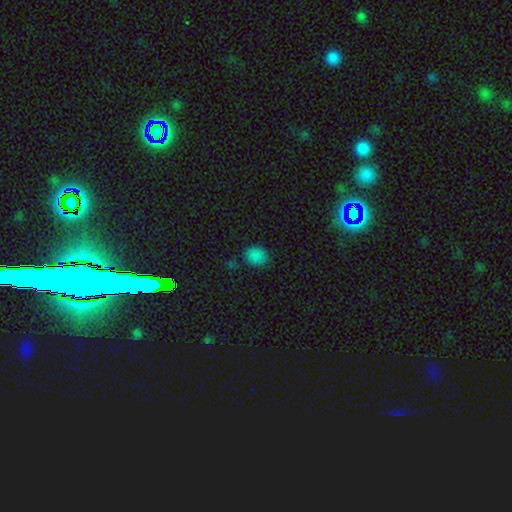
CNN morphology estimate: smooth-or-featured: smooth: 82% | star or artifact: 14% | featured or disk: 3%
  how-rounded: round: 55% | in between: 44% | cigar-shaped: 1%
  merging: none: 80% | minor disturbance: 13% | merger: 4% | major disturbance: 3%